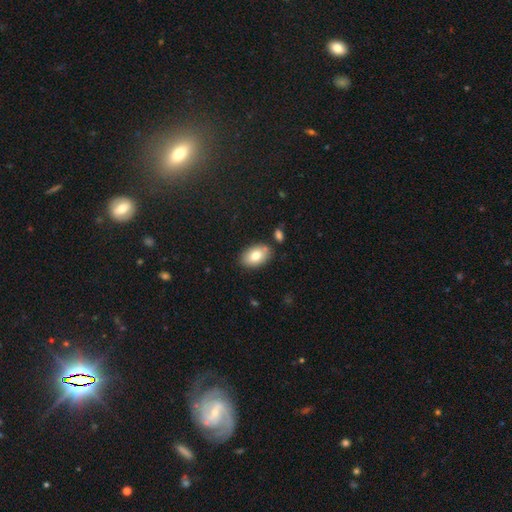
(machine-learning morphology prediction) Q: Smooth or featured?
A: smooth (78%); runner-up: featured or disk (15%)
Q: How rounded?
A: in between (90%); runner-up: round (9%)
Q: Merging?
A: none (81%); runner-up: minor disturbance (11%)